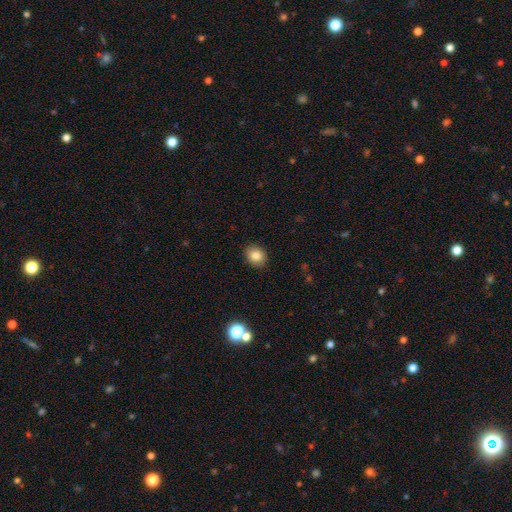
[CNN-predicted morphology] Smooth or featured: smooth — 84% (star or artifact — 10%)
How rounded: round — 58% (in between — 41%)
Merging: none — 89% (minor disturbance — 8%)